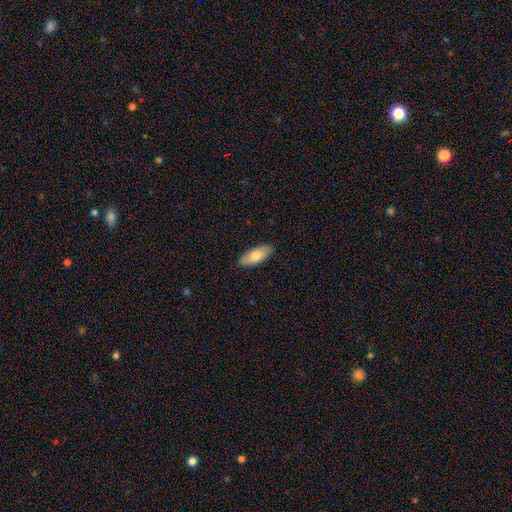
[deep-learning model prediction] Smooth or featured? smooth (76%)
How rounded? in between (80%)
Merging? none (88%)